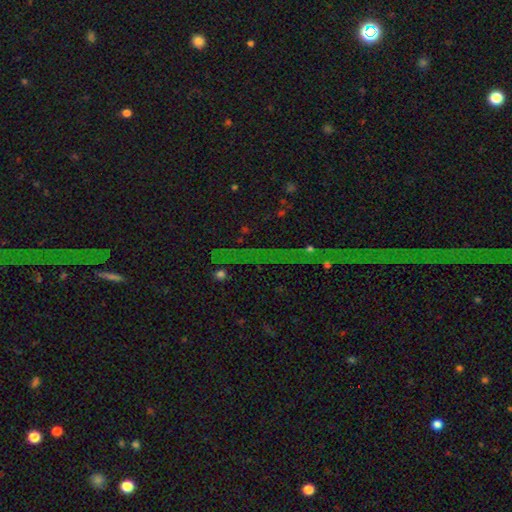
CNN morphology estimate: Overall: star or artifact (84%).